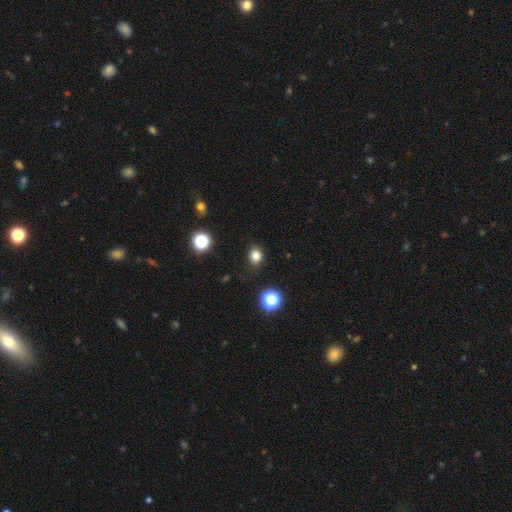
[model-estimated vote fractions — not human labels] smooth 81%, star or artifact 14%, featured or disk 5%. Down the decision tree: how rounded — round (58%); merging — none (87%).